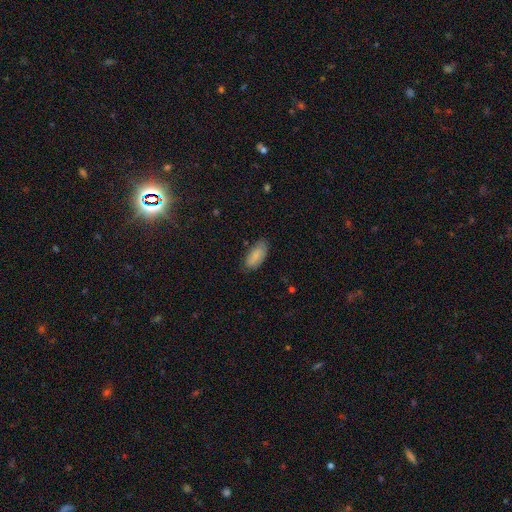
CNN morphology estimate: A smooth galaxy with no disk features (82%) that is in between round and cigar-shaped (89%).

Vote fractions:
- Smooth or featured? smooth: 82% / featured or disk: 12% / star or artifact: 6%
- How rounded? in between: 89% / cigar-shaped: 9% / round: 2%
- Merging? none: 74% / minor disturbance: 21% / major disturbance: 4% / merger: 1%